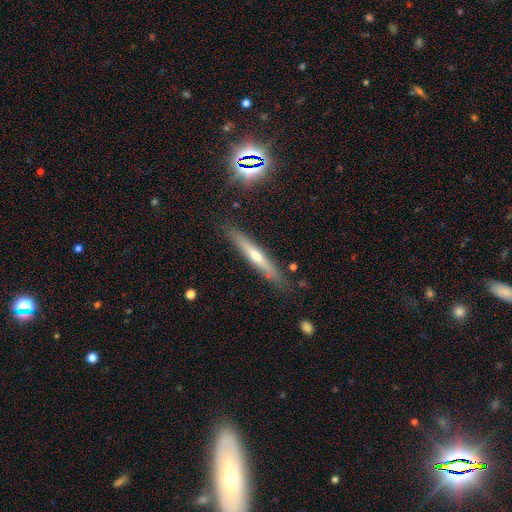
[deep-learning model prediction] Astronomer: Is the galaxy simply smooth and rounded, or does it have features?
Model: featured or disk — 53% (runner-up: smooth, 37%).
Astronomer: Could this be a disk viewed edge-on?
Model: yes — 92%.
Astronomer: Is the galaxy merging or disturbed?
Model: none — 86%.